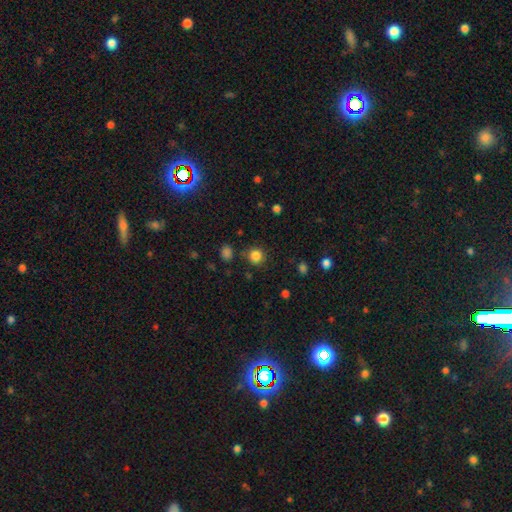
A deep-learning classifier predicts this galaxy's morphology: Overall: smooth (84%). How rounded: round (92%). Merging: none (84%).